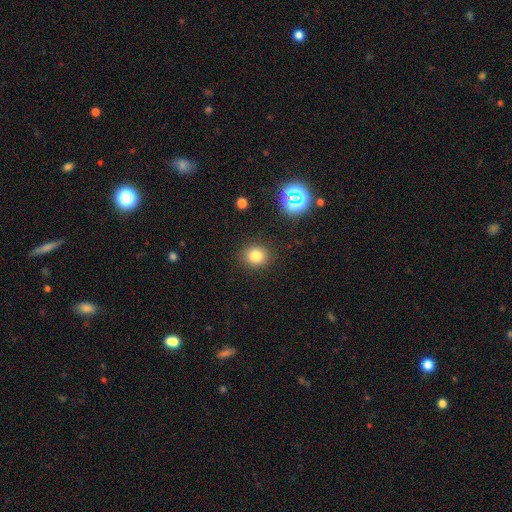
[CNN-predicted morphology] smooth-or-featured: smooth: 79% | star or artifact: 14% | featured or disk: 7%
  how-rounded: round: 79% | in between: 20% | cigar-shaped: 1%
  merging: none: 89% | minor disturbance: 7% | major disturbance: 3% | merger: 1%